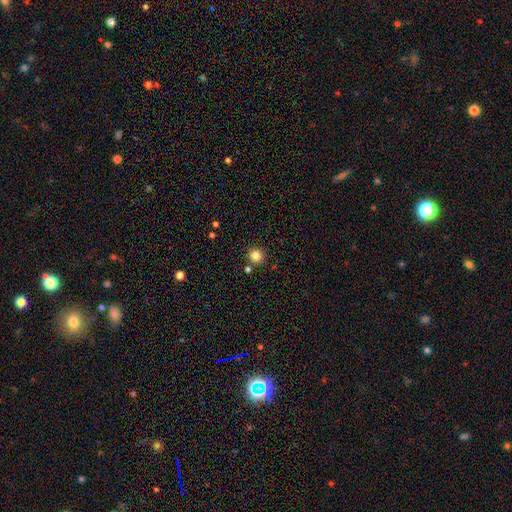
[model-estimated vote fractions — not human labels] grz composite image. It shows a smooth galaxy with no disk features (82%) that is round (92%). Merging: none (85%).